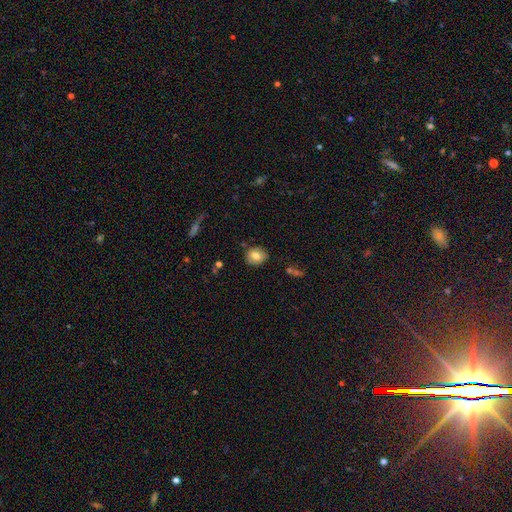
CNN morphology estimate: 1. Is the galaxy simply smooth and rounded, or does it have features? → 75% smooth, 16% featured or disk, 9% star or artifact.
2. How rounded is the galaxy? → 67% round, 32% in between, 1% cigar-shaped.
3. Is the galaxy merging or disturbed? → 83% none, 12% minor disturbance, 3% merger, 3% major disturbance.